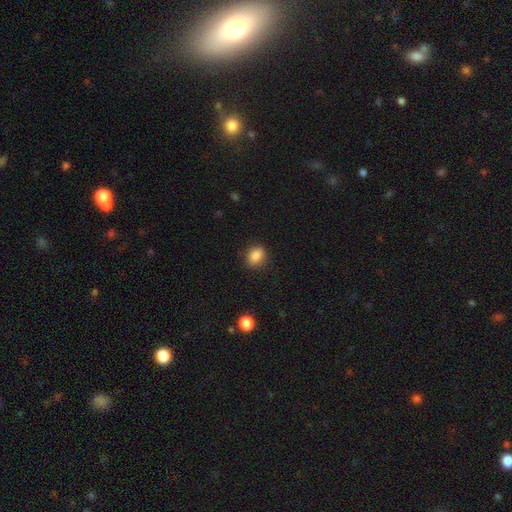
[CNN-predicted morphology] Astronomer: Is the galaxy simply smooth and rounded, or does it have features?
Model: smooth — 87%.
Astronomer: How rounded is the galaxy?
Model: in between — 63%.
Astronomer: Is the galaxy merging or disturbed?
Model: none — 86%.